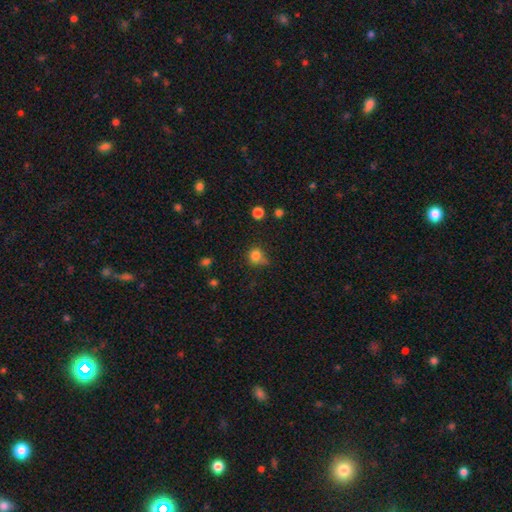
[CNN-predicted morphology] smooth 81%, star or artifact 13%, featured or disk 6%. Down the decision tree: how rounded — round (81%); merging — none (57%).